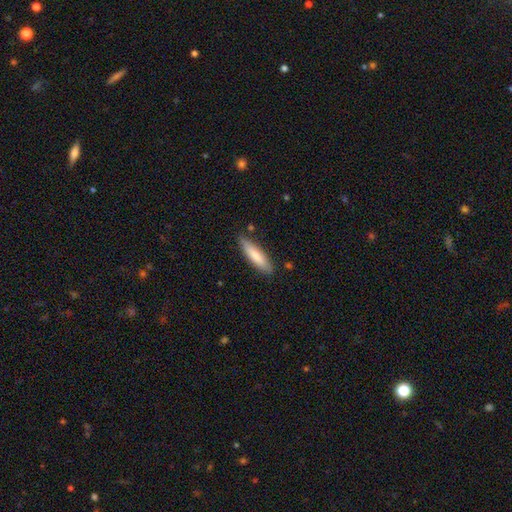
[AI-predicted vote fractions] smooth_or_featured: smooth (p=0.76) [alt: featured or disk p=0.18]
how_rounded: cigar-shaped (p=0.70) [alt: in between p=0.28]
merging: none (p=0.83) [alt: minor disturbance p=0.13]